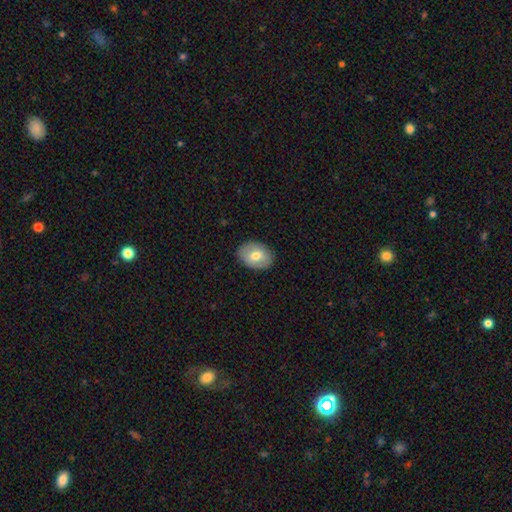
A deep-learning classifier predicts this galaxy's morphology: A smooth galaxy with no disk features (66%) that is in between round and cigar-shaped (74%).

Vote fractions:
- Smooth or featured? smooth: 66% / featured or disk: 27% / star or artifact: 7%
- How rounded? in between: 74% / round: 25% / cigar-shaped: 1%
- Merging? none: 87% / minor disturbance: 10% / major disturbance: 2% / merger: 1%